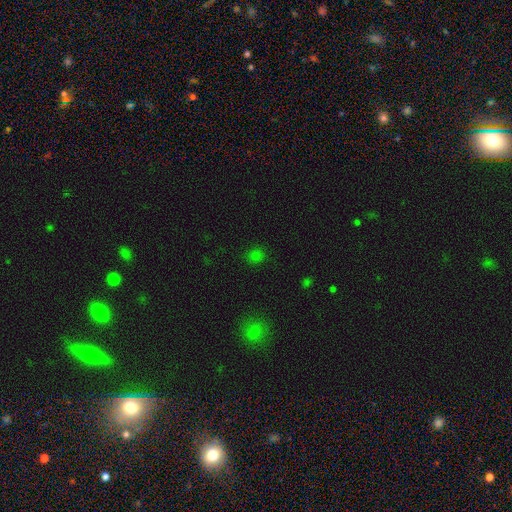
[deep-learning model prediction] Smooth or featured?
  - smooth: 75% *
  - star or artifact: 21%
  - featured or disk: 4%
How rounded?
  - round: 81% *
  - in between: 18%
  - cigar-shaped: 1%
Merging?
  - none: 86% *
  - minor disturbance: 9%
  - major disturbance: 3%
  - merger: 2%